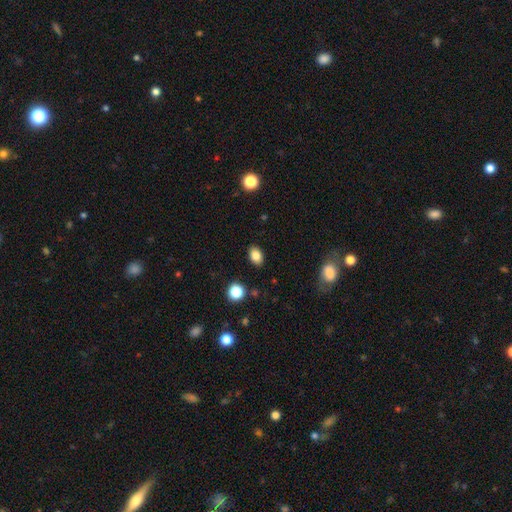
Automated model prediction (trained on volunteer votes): Overall: smooth (84%). How rounded: in between (82%). Merging: none (88%).